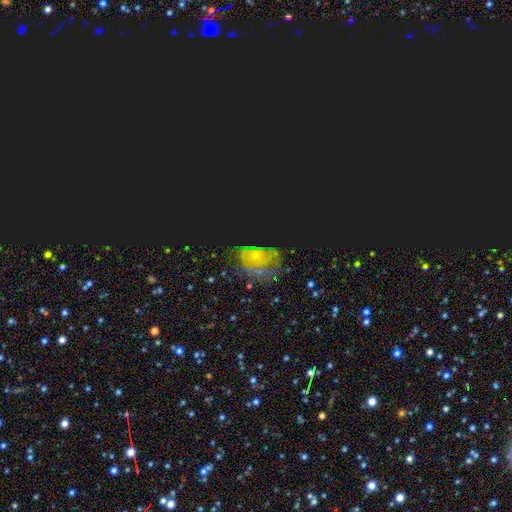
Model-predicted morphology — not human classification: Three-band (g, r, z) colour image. It shows a star or artifact, not a galaxy (39%).